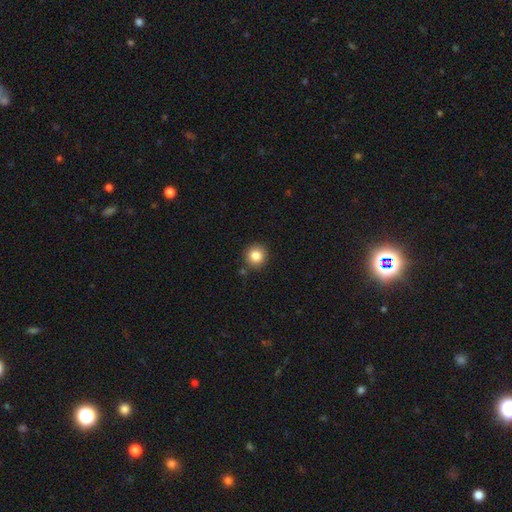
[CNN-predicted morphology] smooth_or_featured: smooth (p=0.84) [alt: star or artifact p=0.10]
how_rounded: round (p=0.92) [alt: in between p=0.07]
merging: none (p=0.86) [alt: minor disturbance p=0.08]